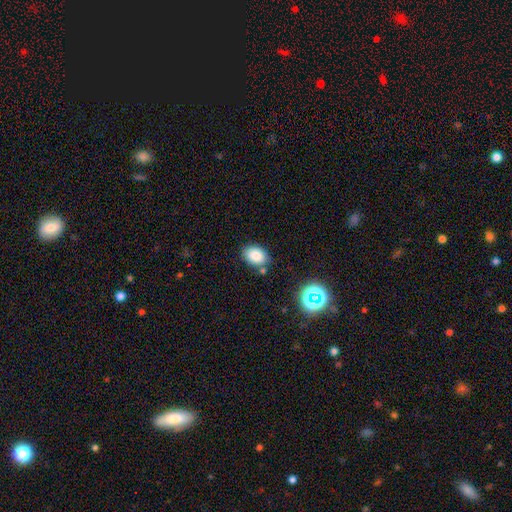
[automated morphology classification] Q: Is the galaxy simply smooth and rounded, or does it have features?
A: smooth — 83%.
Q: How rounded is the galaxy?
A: in between — 79%.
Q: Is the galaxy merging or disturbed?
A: none — 77%.